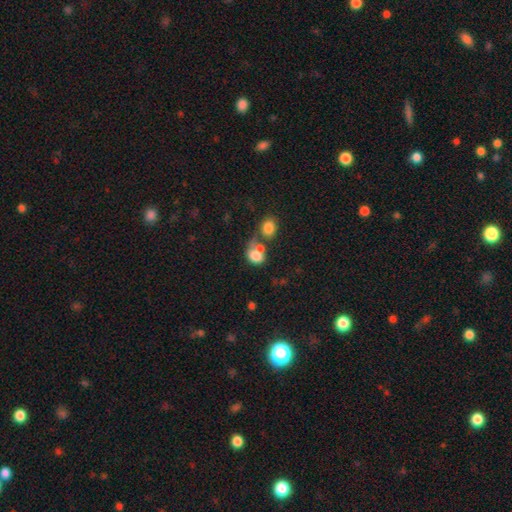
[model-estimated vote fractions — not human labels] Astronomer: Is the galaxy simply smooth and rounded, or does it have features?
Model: smooth — 73%.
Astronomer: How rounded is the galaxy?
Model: in between — 58% (runner-up: round, 41%).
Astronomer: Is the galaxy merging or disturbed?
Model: merger — 58%.